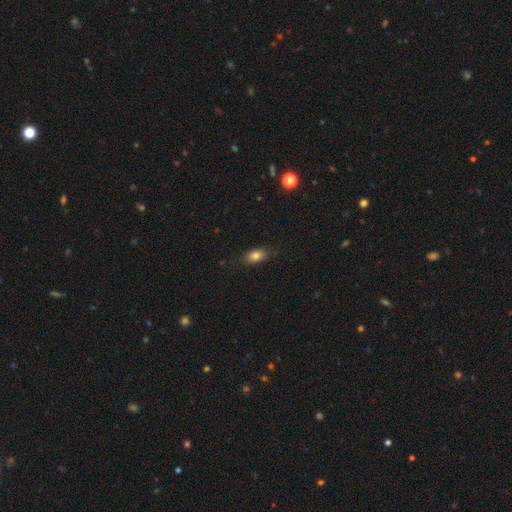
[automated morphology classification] smooth_or_featured: smooth (p=0.81) [alt: featured or disk p=0.10]
how_rounded: in between (p=0.82) [alt: round p=0.10]
merging: none (p=0.81) [alt: minor disturbance p=0.14]